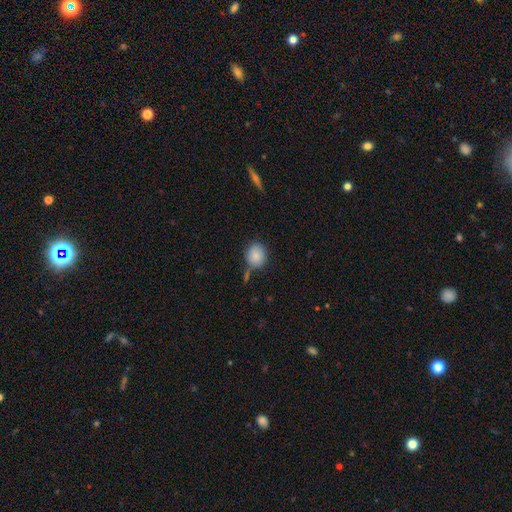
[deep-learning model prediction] smooth 87%, star or artifact 8%, featured or disk 5%. Down the decision tree: how rounded — round (70%); merging — none (68%).